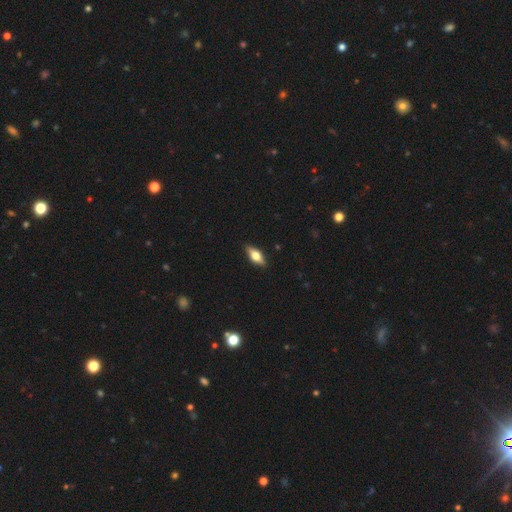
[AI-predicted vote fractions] This is possibly a smooth galaxy (53%). How rounded: likely in between (73%). Merging: clearly none (89%).